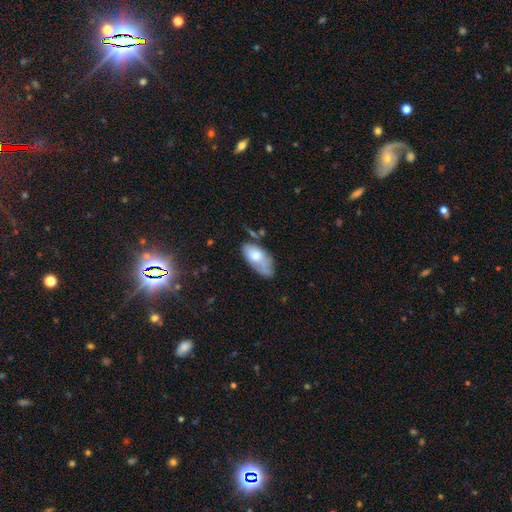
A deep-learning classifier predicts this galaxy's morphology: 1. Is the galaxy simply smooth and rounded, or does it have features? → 71% smooth, 23% featured or disk, 7% star or artifact.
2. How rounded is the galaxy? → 91% in between, 6% cigar-shaped, 3% round.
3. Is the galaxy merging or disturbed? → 40% none, 33% minor disturbance, 15% major disturbance, 12% merger.